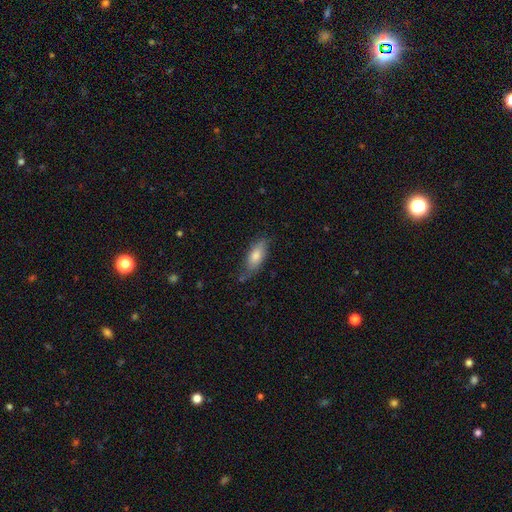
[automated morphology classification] The model was most divided on "smooth or featured": smooth: 69%, featured or disk: 24%, star or artifact: 7%. More confident: how rounded — in between (74%); merging — none (71%).